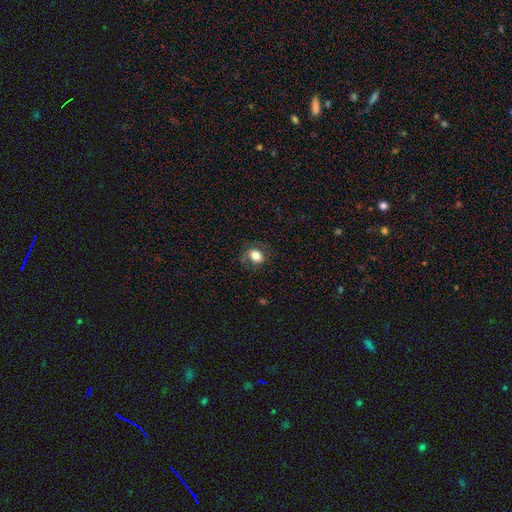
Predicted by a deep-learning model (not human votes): Smooth or featured: smooth — 74% (featured or disk — 16%)
How rounded: round — 53% (in between — 46%)
Merging: none — 72% (minor disturbance — 18%)